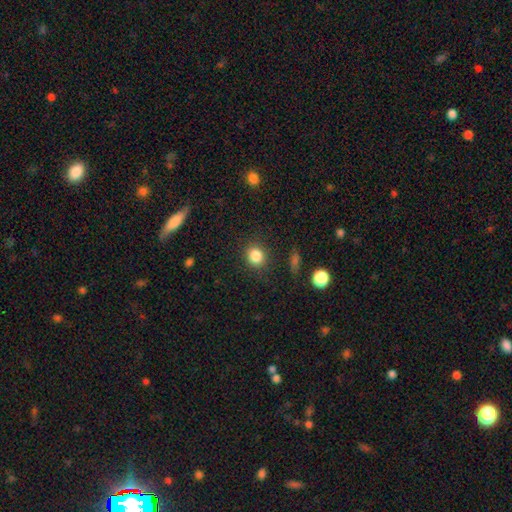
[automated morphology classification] Smooth or featured? Predicted: smooth (p=0.85). How rounded? Predicted: round (p=0.78). Merging? Predicted: none (p=0.87).